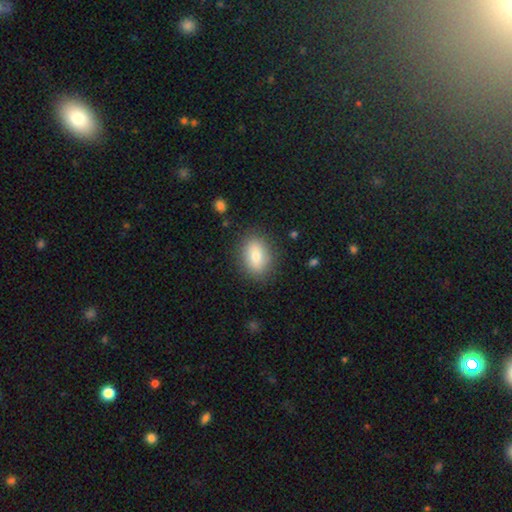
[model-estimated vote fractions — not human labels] Morphology: type=smooth (80%); roundness=in between (80%); merging=none (85%).